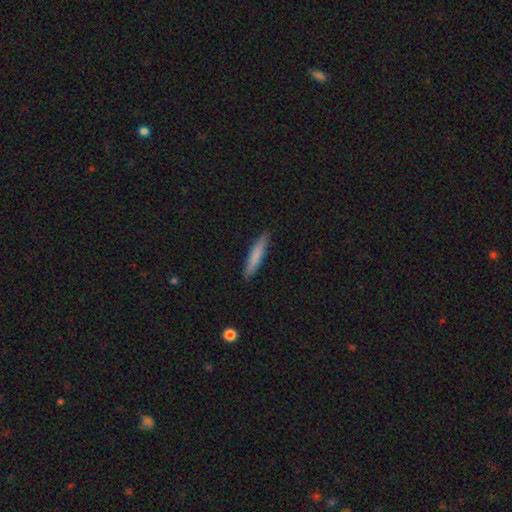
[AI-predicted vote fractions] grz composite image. It shows a smooth galaxy with no disk features (77%) that is cigar-shaped (90%). Merging: none (89%).